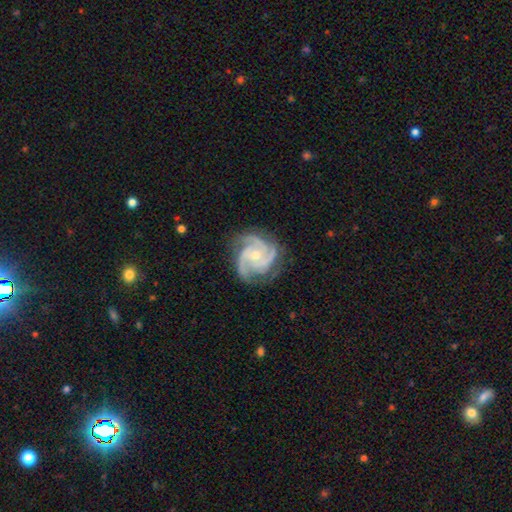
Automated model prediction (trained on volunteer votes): This is clearly a featured or disk galaxy (93%). It is clearly not viewed edge-on (98%). Bar: likely no (74%). Spiral arm pattern: clearly yes (99%). Spiral arm count: likely 3 (70%). Spiral winding: possibly tight (55%). Central bulge: possibly small (53%). Merging: likely none (77%).